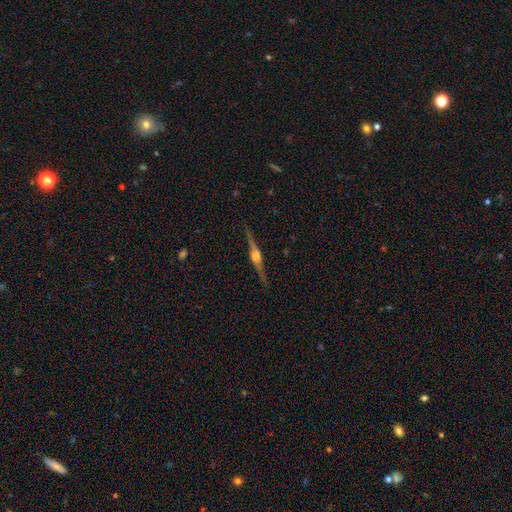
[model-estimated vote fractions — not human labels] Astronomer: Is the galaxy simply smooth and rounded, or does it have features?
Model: featured or disk — 86%.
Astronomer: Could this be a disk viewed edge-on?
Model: yes — 98%.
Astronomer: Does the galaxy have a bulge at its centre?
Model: rounded — 87%.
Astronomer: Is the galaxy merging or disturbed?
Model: none — 90%.